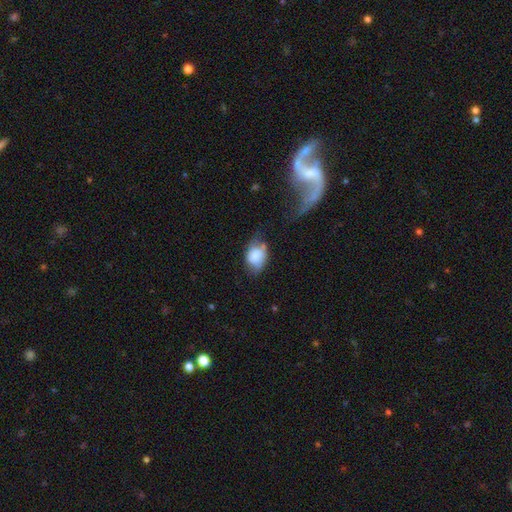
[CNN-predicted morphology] smooth 75%, featured or disk 17%, star or artifact 8%. Down the decision tree: how rounded — in between (77%); merging — none (42%).